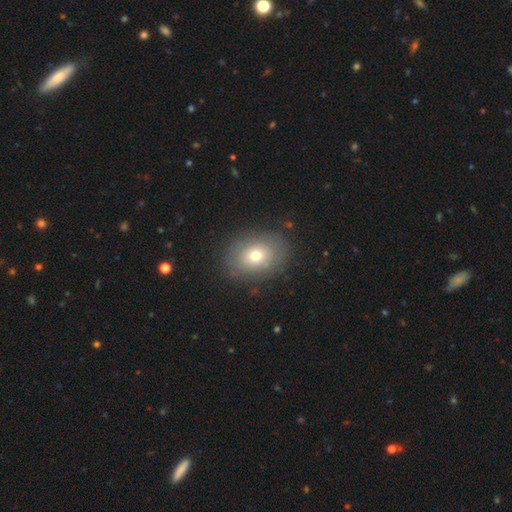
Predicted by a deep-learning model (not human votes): Overall: smooth (72%). How rounded: in between (64%; round 35%). Merging: none (84%).